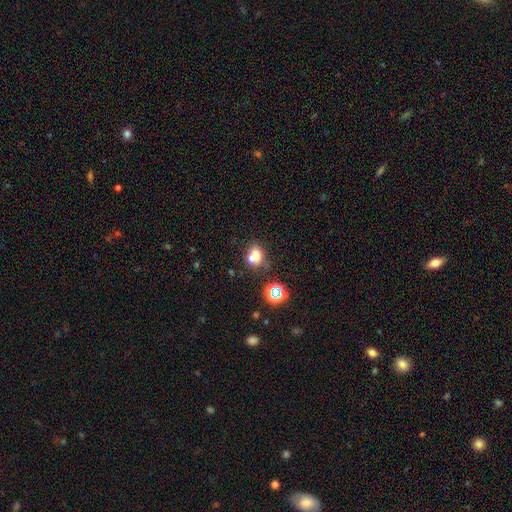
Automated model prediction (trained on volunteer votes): Smooth or featured: smooth — 68% (star or artifact — 17%)
How rounded: round — 54% (in between — 44%)
Merging: merger — 42% (none — 41%)